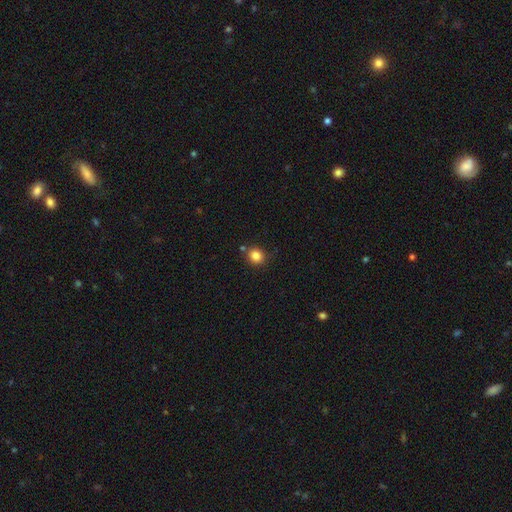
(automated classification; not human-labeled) Morphology: type=smooth (84%); roundness=round (85%); merging=none (80%).